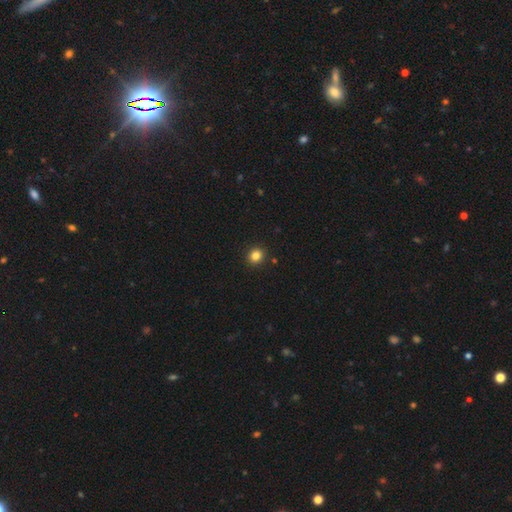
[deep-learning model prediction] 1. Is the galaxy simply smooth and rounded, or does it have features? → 83% smooth, 12% star or artifact, 5% featured or disk.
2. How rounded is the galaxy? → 82% round, 17% in between, 1% cigar-shaped.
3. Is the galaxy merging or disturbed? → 91% none, 5% minor disturbance, 2% major disturbance, 1% merger.